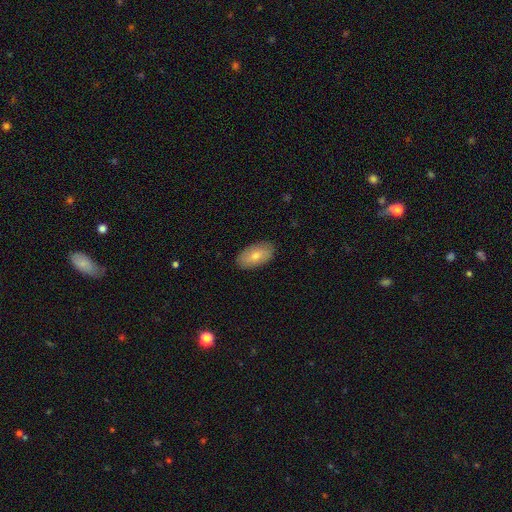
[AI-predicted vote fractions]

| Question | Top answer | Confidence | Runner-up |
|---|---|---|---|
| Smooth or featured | smooth | 73% | featured or disk (21%) |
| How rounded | in between | 94% | round (4%) |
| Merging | none | 87% | minor disturbance (10%) |